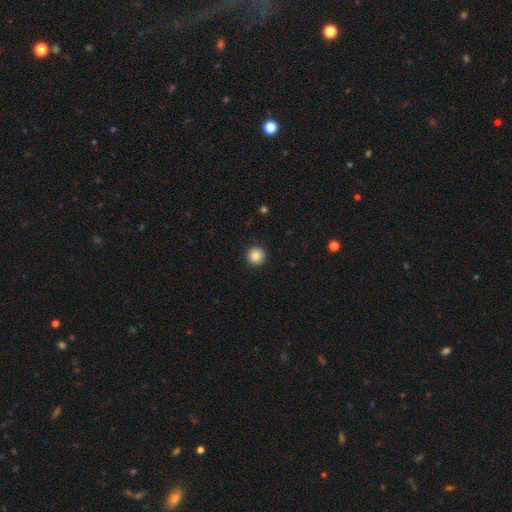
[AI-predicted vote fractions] This appears to be a smooth galaxy with no disk features (87%) that is round (96%). Merging: none (92%).